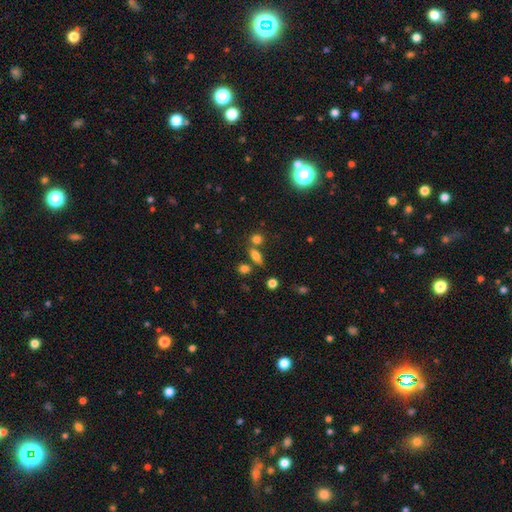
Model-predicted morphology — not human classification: Overall: smooth (72%). How rounded: in between (67%). Merging: none (65%).